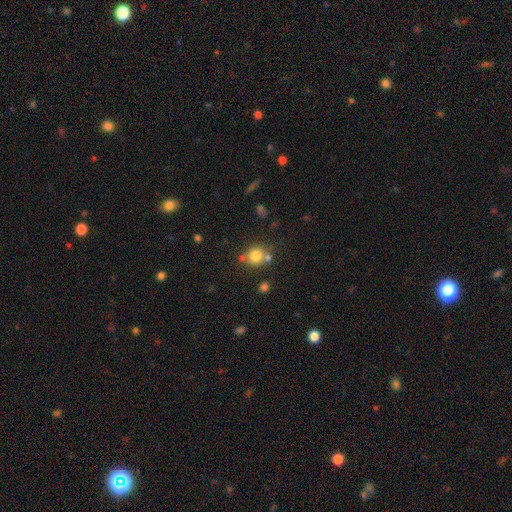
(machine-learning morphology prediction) Smooth or featured: smooth — 78% (star or artifact — 13%)
How rounded: round — 87% (in between — 13%)
Merging: none — 65% (merger — 21%)